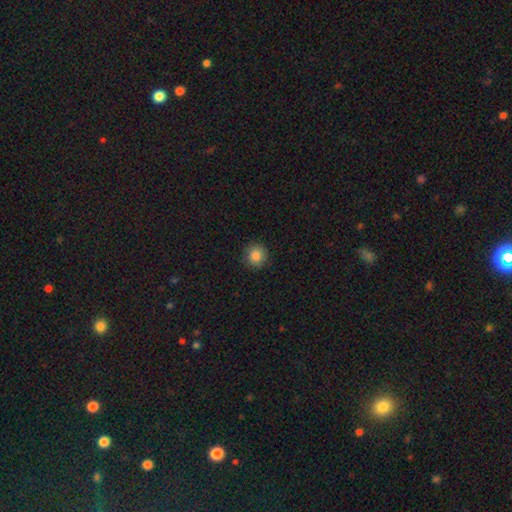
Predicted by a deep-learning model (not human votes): smooth 85%, star or artifact 10%, featured or disk 4%. Down the decision tree: how rounded — round (92%); merging — none (90%).